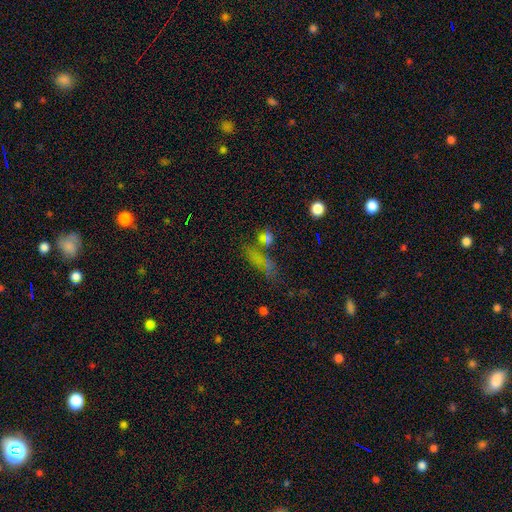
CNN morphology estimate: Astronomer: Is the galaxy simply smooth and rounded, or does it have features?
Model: smooth — 50% (runner-up: star or artifact, 29%).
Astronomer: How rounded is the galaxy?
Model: cigar-shaped — 52% (runner-up: in between, 33%).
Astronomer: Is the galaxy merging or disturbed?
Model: none — 59%.